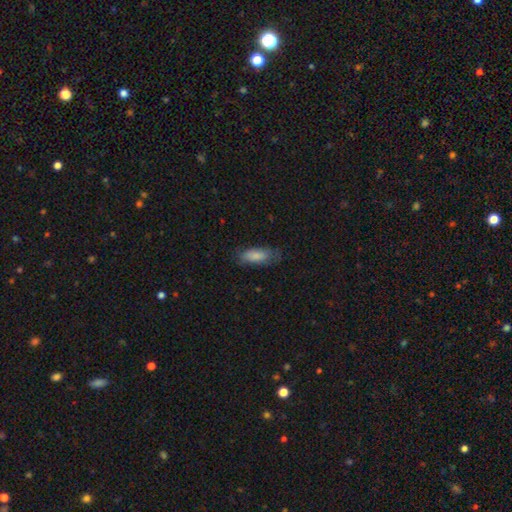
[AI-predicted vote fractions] This appears to be a smooth galaxy with no disk features (82%) that is in between round and cigar-shaped (69%). Merging: none (69%).